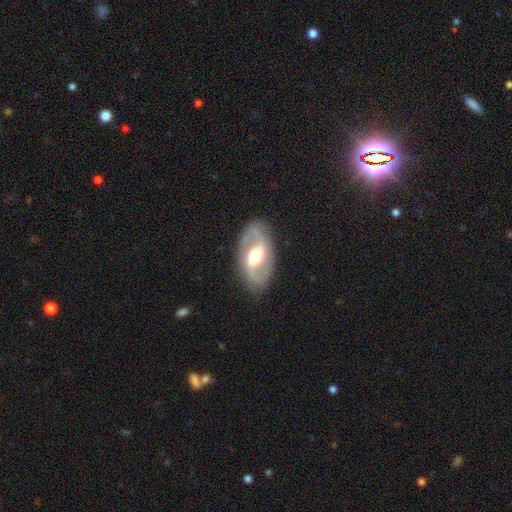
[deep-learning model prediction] Morphology: type=featured or disk (80%); edge-on=no (95%); bar=weak (46%); spiral arms=yes (87%); winding=medium (51%); arm count=2 (90%); bulge=moderate (63%); merging=none (82%).